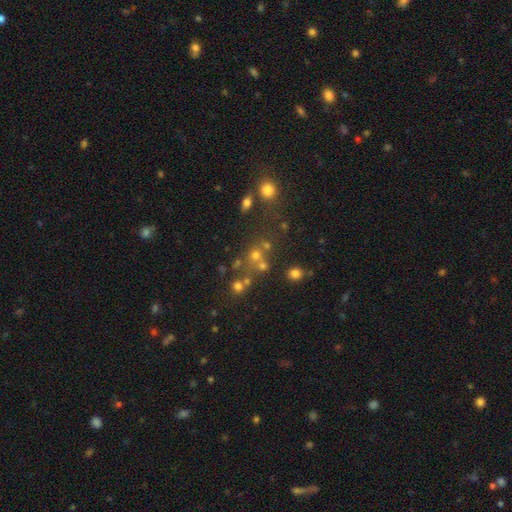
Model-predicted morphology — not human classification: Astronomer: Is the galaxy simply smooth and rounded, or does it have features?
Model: smooth — 49% (runner-up: star or artifact, 34%).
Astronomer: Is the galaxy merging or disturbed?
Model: none — 55%.